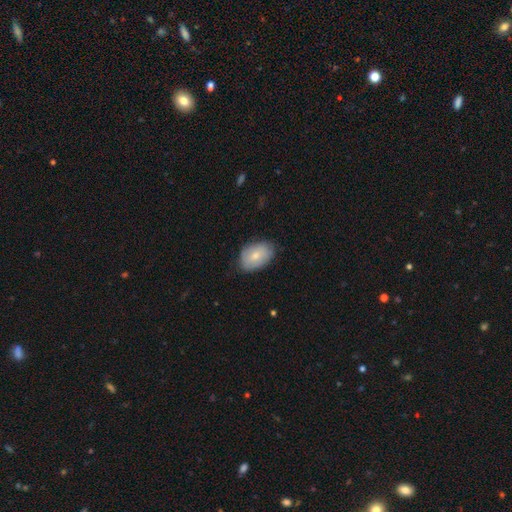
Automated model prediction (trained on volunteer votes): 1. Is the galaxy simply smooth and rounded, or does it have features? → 71% smooth, 23% featured or disk, 6% star or artifact.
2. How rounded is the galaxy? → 86% in between, 12% round, 1% cigar-shaped.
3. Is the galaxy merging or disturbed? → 75% none, 20% minor disturbance, 4% major disturbance, 1% merger.